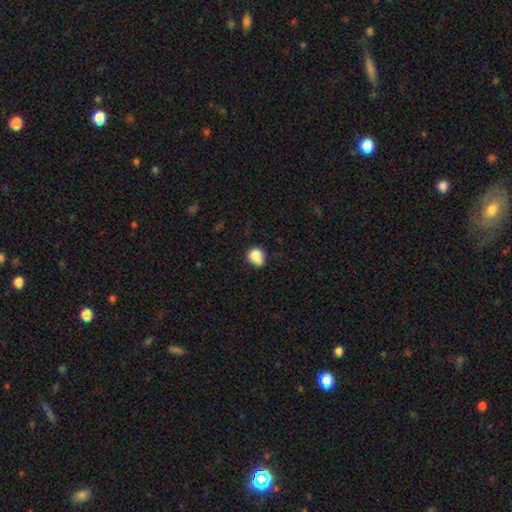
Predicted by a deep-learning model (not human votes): This is clearly a smooth galaxy (82%). How rounded: likely round (68%). Merging: possibly none (50%).